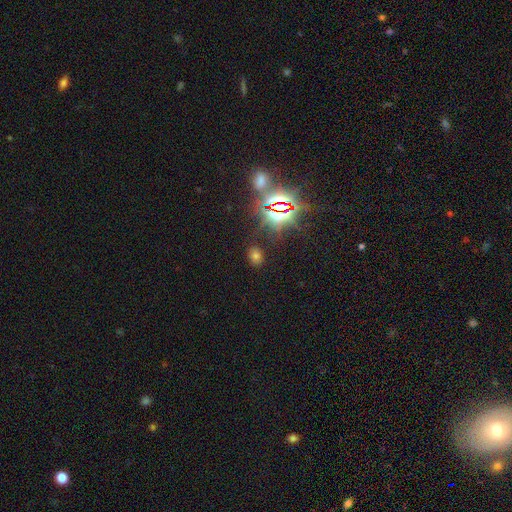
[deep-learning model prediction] Smooth or featured: smooth — 54% (star or artifact — 38%)
How rounded: in between — 60% (round — 38%)
Merging: none — 84% (minor disturbance — 10%)